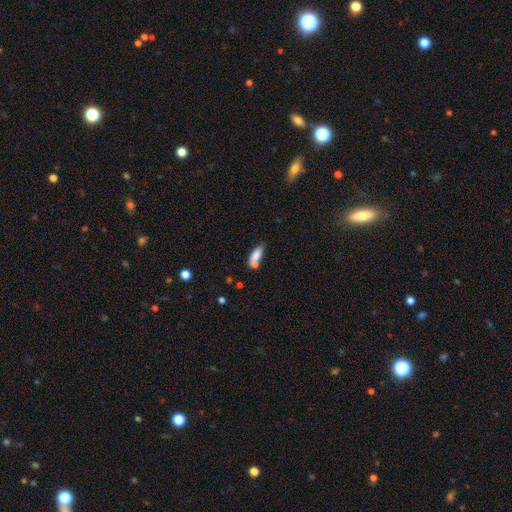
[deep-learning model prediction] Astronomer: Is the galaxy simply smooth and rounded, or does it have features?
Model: smooth — 77%.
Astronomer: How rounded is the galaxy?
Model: in between — 73%.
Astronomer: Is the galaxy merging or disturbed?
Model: merger — 40% (runner-up: none, 36%).